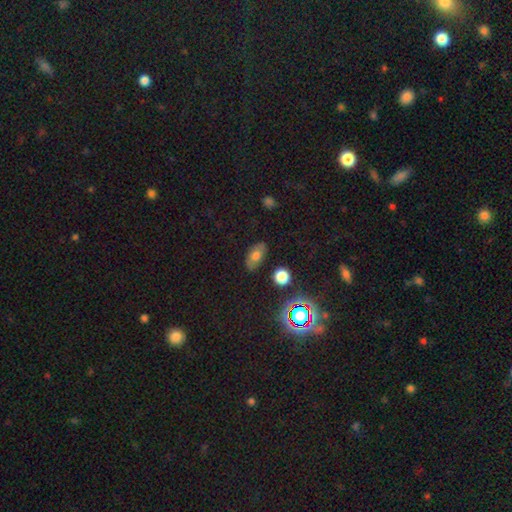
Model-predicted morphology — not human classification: A smooth galaxy with no disk features (66%) that is in between round and cigar-shaped (87%).

Vote fractions:
- Smooth or featured? smooth: 66% / featured or disk: 20% / star or artifact: 14%
- How rounded? in between: 87% / round: 9% / cigar-shaped: 4%
- Merging? none: 81% / minor disturbance: 14% / major disturbance: 3% / merger: 2%